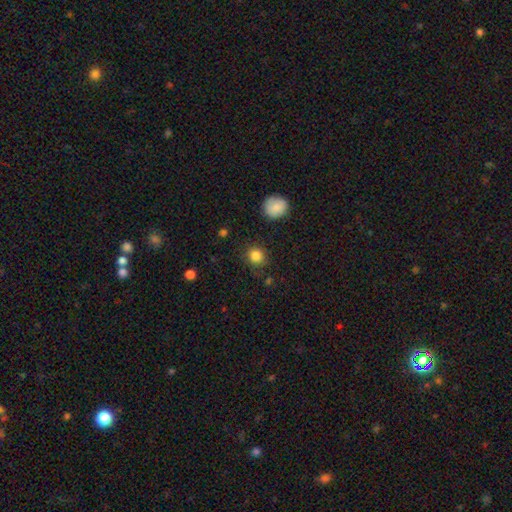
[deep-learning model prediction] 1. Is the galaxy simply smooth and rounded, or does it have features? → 85% smooth, 11% star or artifact, 4% featured or disk.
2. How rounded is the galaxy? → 87% round, 13% in between, 1% cigar-shaped.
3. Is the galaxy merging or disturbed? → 83% none, 11% minor disturbance, 4% major disturbance, 2% merger.